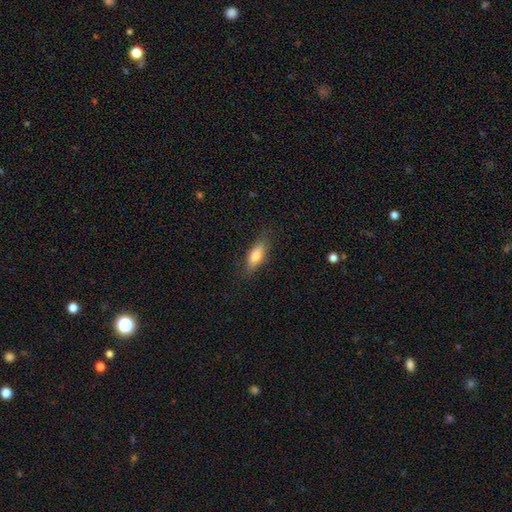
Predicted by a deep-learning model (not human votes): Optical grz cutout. It shows a smooth galaxy with no disk features (77%) that is in between round and cigar-shaped (69%). Merging: none (80%).